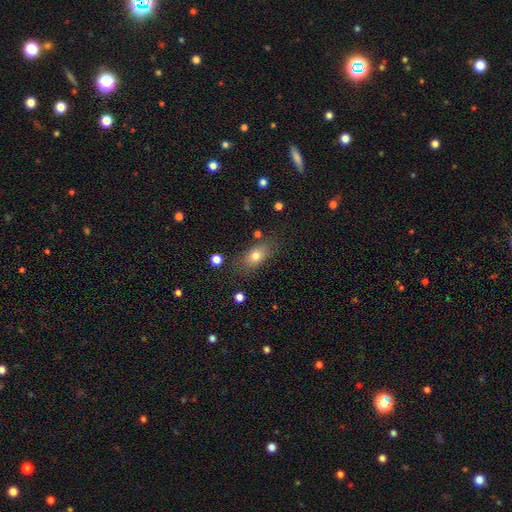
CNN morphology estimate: type=smooth (75%); roundness=in between (77%); merging=none (76%).